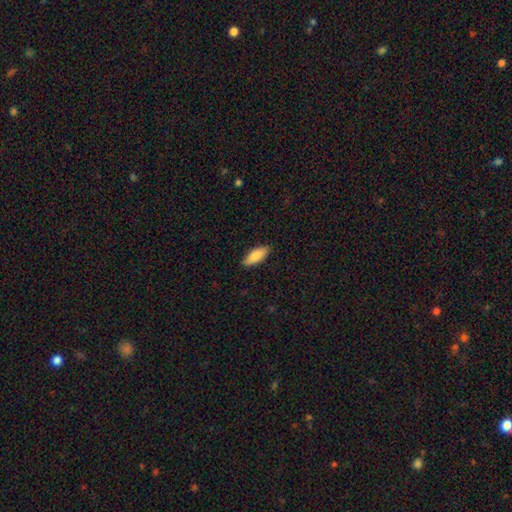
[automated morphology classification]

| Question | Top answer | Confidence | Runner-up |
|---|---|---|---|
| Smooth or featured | smooth | 83% | featured or disk (11%) |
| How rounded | in between | 74% | cigar-shaped (24%) |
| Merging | none | 87% | minor disturbance (10%) |